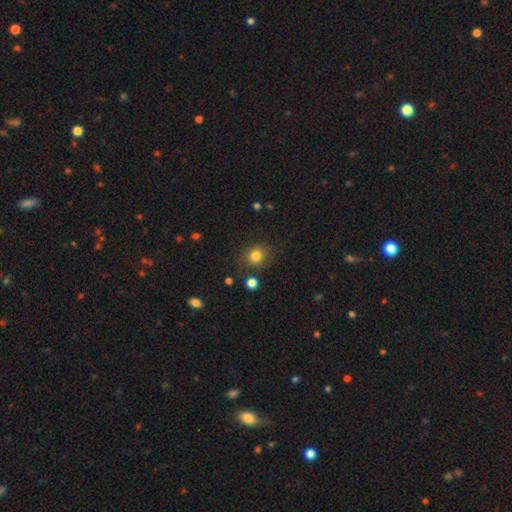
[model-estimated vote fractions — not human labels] The model was most divided on "how rounded": round: 76%, in between: 24%, cigar-shaped: 1%. More confident: smooth or featured — smooth (82%); merging — none (81%).